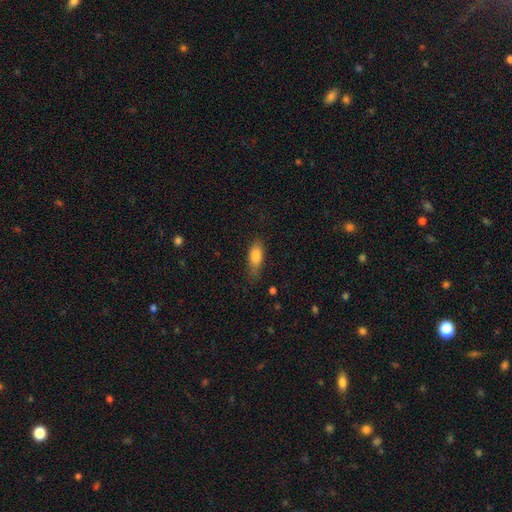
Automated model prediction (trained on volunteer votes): Smooth or featured: smooth — 81% (featured or disk — 11%)
How rounded: in between — 77% (cigar-shaped — 19%)
Merging: none — 65% (minor disturbance — 26%)